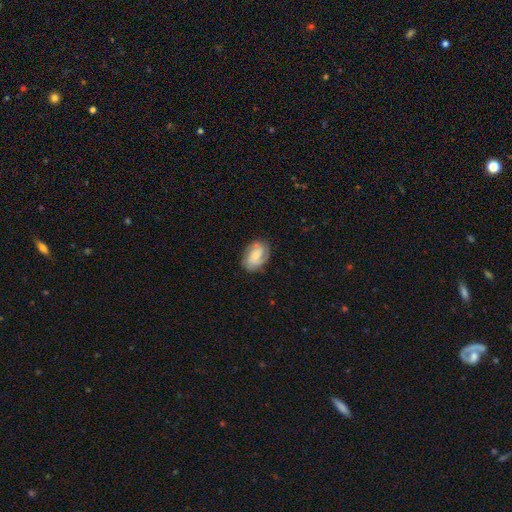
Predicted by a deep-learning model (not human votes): Smooth or featured? Predicted: featured or disk (p=0.54). Edge-on disk? Predicted: no (p=0.96). Bar? Predicted: no (p=0.58). Spiral arms? Predicted: yes (p=0.86). Bulge size? Predicted: small (p=0.57). Merging? Predicted: none (p=0.74).